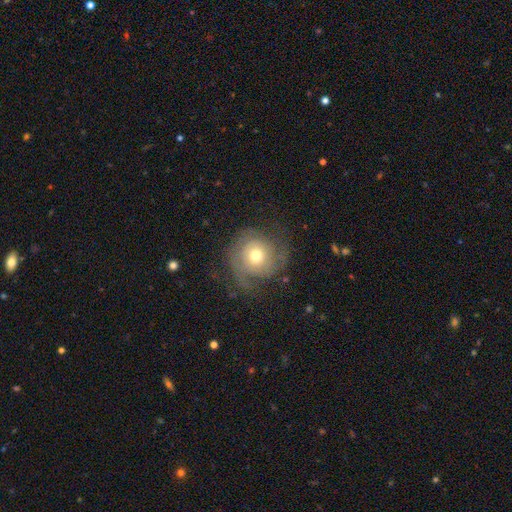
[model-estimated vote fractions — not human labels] Smooth or featured? Predicted: featured or disk (p=0.54). Edge-on disk? Predicted: no (p=0.96). Bar? Predicted: no (p=0.83). Spiral arms? Predicted: yes (p=0.76). Bulge size? Predicted: moderate (p=0.63). Merging? Predicted: none (p=0.61).